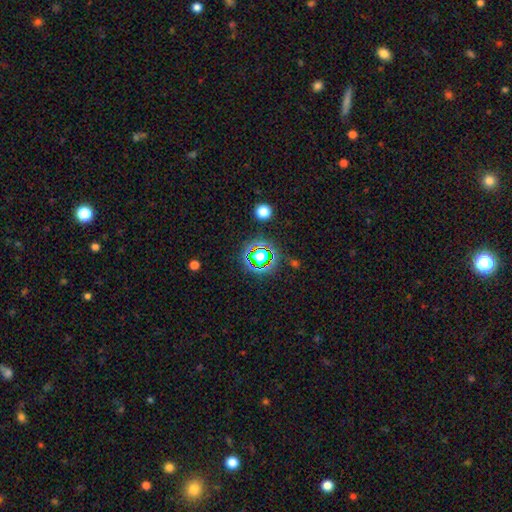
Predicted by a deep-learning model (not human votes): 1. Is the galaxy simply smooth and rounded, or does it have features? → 62% star or artifact, 26% smooth, 12% featured or disk.